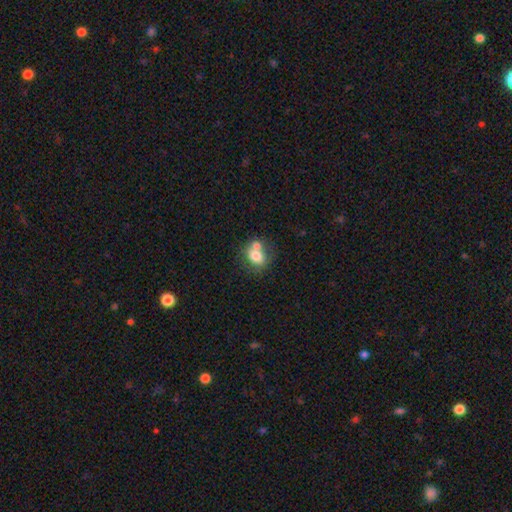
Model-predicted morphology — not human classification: type=smooth (72%); roundness=round (50%); merging=merger (47%).